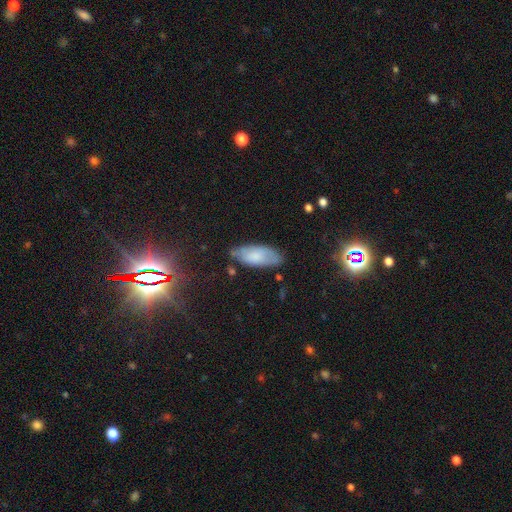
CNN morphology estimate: This is likely a smooth galaxy (72%). How rounded: clearly in between (83%). Merging: likely none (69%).